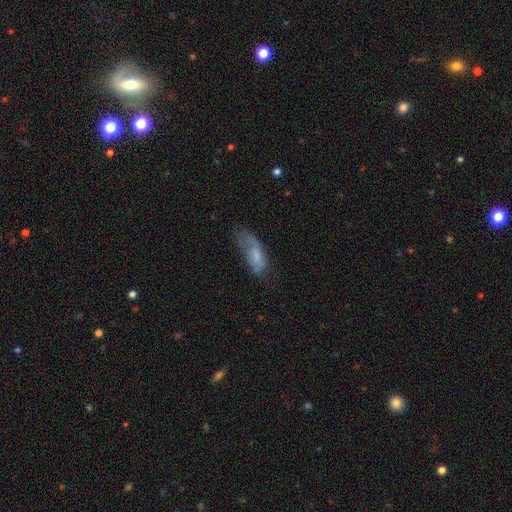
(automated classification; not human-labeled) Smooth or featured?
  - smooth: 63% *
  - featured or disk: 29%
  - star or artifact: 9%
How rounded?
  - in between: 75% *
  - cigar-shaped: 23%
  - round: 2%
Merging?
  - none: 34% *
  - major disturbance: 32%
  - minor disturbance: 31%
  - merger: 3%